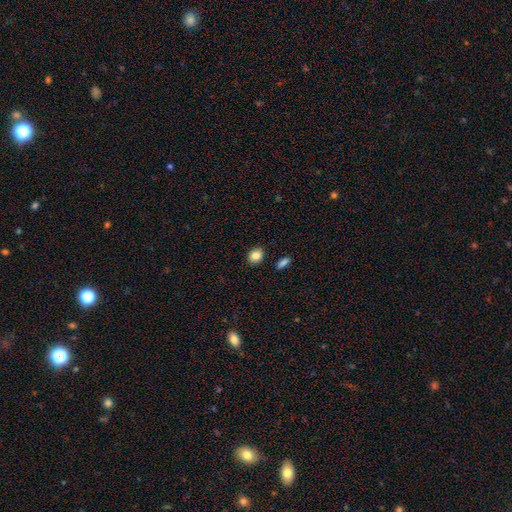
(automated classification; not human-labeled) Q: Smooth or featured?
A: smooth (85%); runner-up: star or artifact (9%)
Q: How rounded?
A: round (61%); runner-up: in between (38%)
Q: Merging?
A: none (88%); runner-up: minor disturbance (8%)